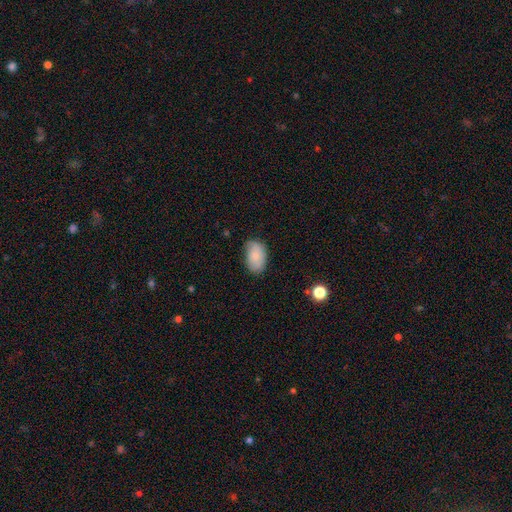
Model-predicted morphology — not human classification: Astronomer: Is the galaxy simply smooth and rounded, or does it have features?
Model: smooth — 80%.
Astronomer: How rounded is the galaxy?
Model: in between — 92%.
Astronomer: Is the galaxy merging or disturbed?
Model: none — 68%.